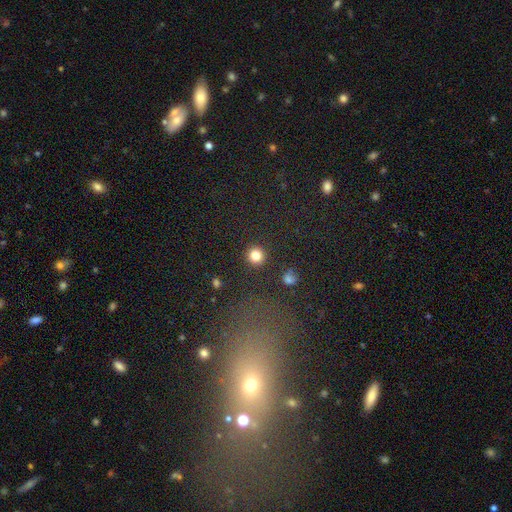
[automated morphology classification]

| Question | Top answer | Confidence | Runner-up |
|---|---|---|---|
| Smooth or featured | smooth | 84% | star or artifact (12%) |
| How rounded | round | 95% | in between (4%) |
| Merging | none | 92% | minor disturbance (5%) |